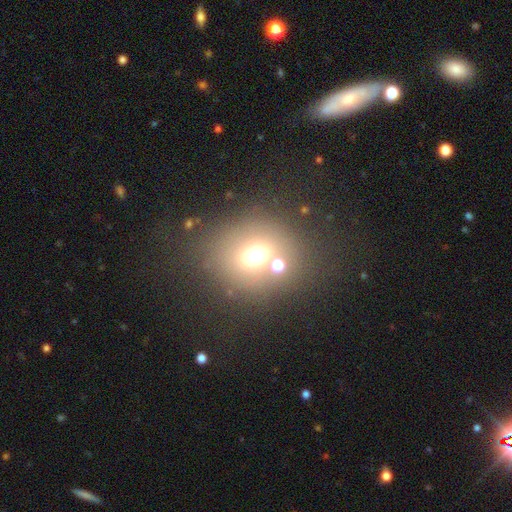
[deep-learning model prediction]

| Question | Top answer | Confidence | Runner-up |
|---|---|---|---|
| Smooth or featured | smooth | 59% | star or artifact (28%) |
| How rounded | round | 74% | in between (24%) |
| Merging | none | 64% | merger (19%) |